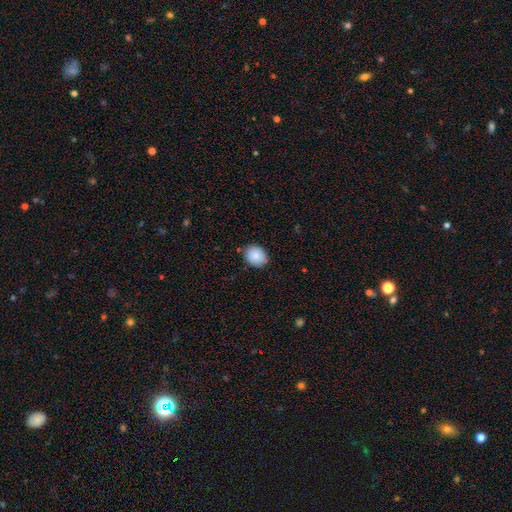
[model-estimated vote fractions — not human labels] Smooth or featured? smooth (86%)
How rounded? round (57%)
Merging? none (84%)